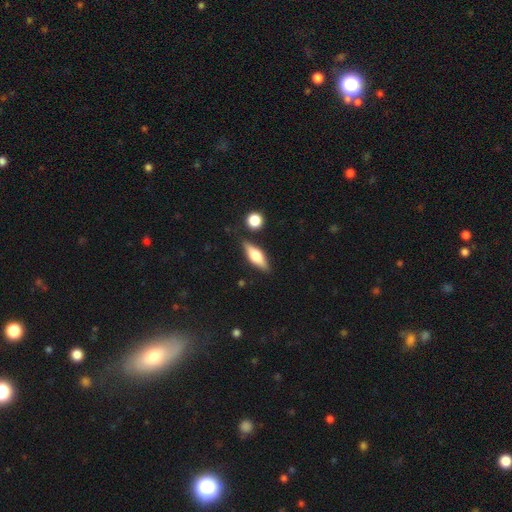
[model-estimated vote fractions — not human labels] Smooth or featured? Predicted: smooth (p=0.49). Merging? Predicted: none (p=0.82).